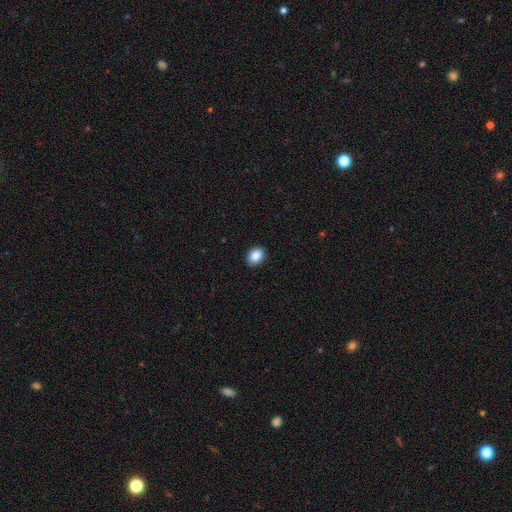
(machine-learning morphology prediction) This appears to be a smooth galaxy with no disk features (88%) that is in between round and cigar-shaped (72%). Merging: none (89%).